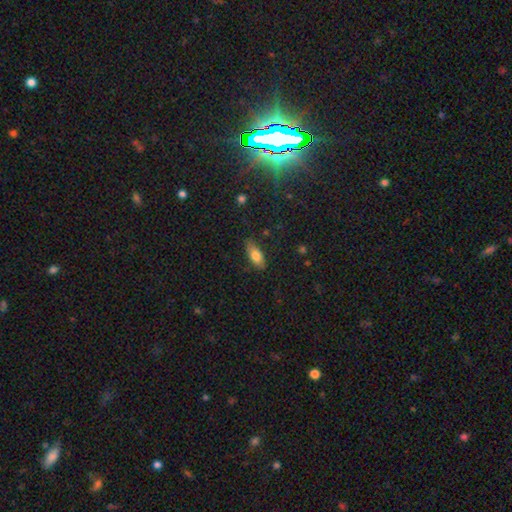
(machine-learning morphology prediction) type=smooth (77%); roundness=in between (78%); merging=none (79%).